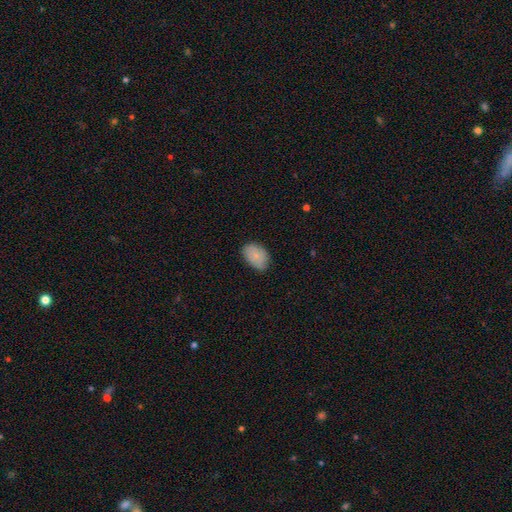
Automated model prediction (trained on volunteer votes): smooth_or_featured: smooth (p=0.81) [alt: featured or disk p=0.12]
how_rounded: in between (p=0.87) [alt: round p=0.12]
merging: none (p=0.77) [alt: minor disturbance p=0.19]